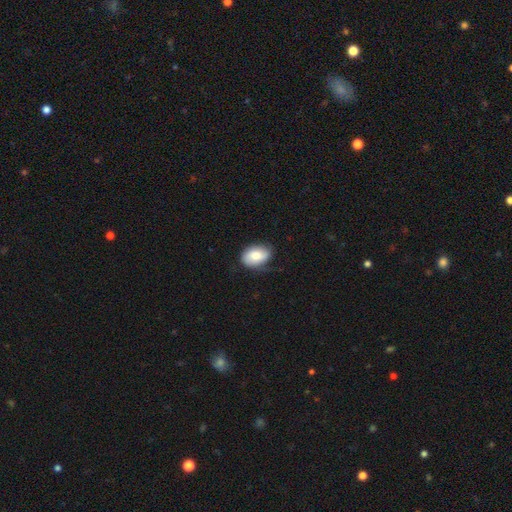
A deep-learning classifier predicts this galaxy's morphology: smooth_or_featured: smooth (p=0.74) [alt: featured or disk p=0.20]
how_rounded: in between (p=0.83) [alt: round p=0.16]
merging: none (p=0.65) [alt: minor disturbance p=0.27]